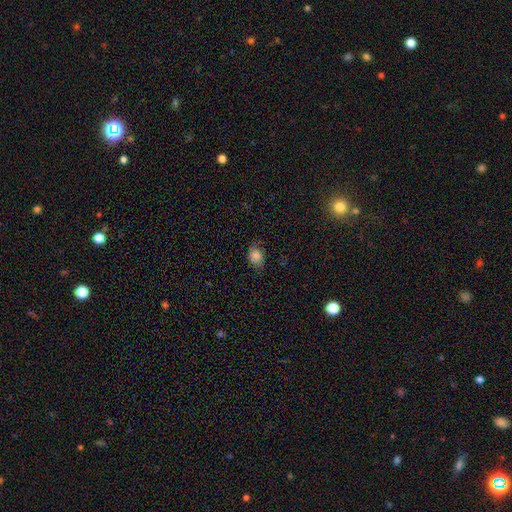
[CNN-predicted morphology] Overall: smooth (80%). How rounded: in between (57%; round 42%). Merging: none (65%; minor disturbance 26%).